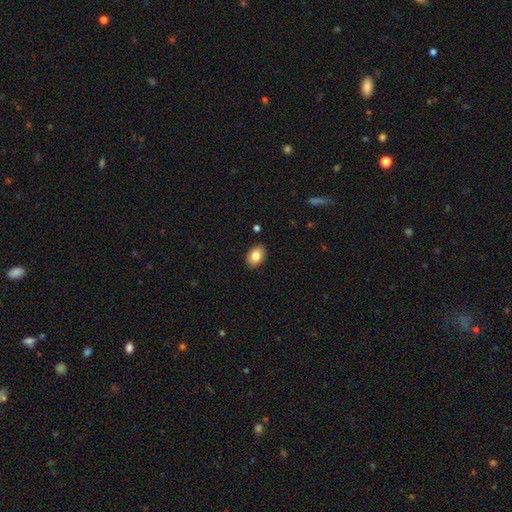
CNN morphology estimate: A smooth galaxy with no disk features (82%) that is in between round and cigar-shaped (83%). Merging: none (89%).